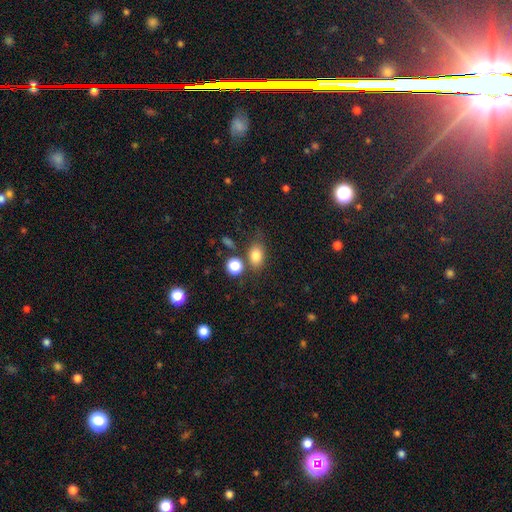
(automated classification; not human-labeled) Q: Smooth or featured?
A: smooth (81%); runner-up: star or artifact (11%)
Q: How rounded?
A: in between (70%); runner-up: round (29%)
Q: Merging?
A: none (66%); runner-up: minor disturbance (15%)